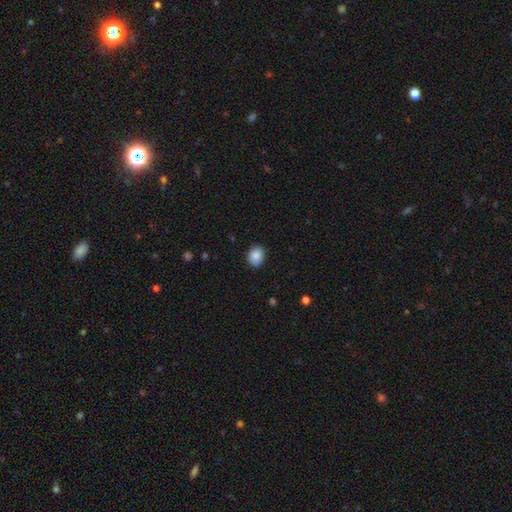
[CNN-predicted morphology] Smooth or featured: smooth — 87% (star or artifact — 8%)
How rounded: round — 51% (in between — 48%)
Merging: none — 83% (minor disturbance — 13%)